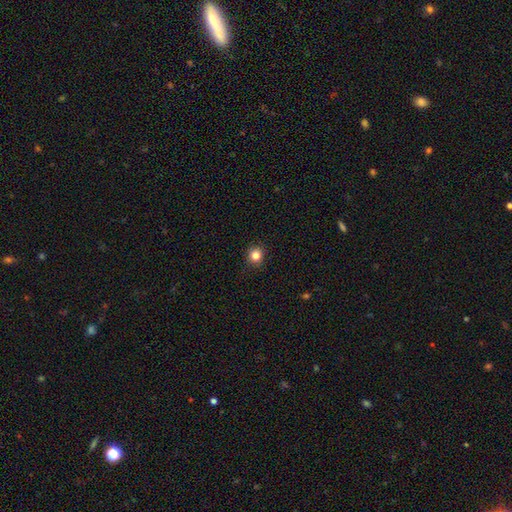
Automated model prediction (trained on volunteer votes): A smooth galaxy with no disk features (83%) that is round (89%). Merging: none (90%).